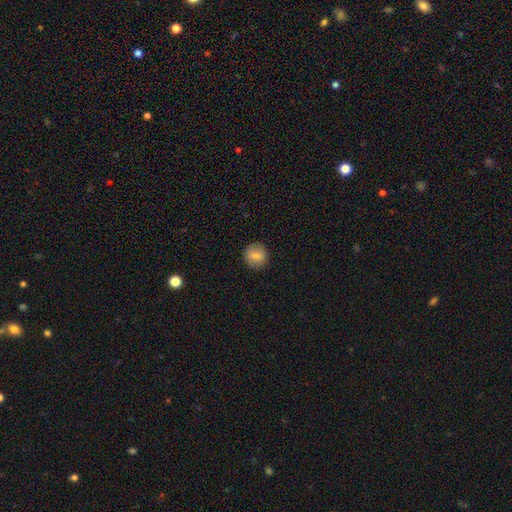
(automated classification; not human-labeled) smooth 76%, featured or disk 15%, star or artifact 9%. Down the decision tree: how rounded — round (92%); merging — none (90%).